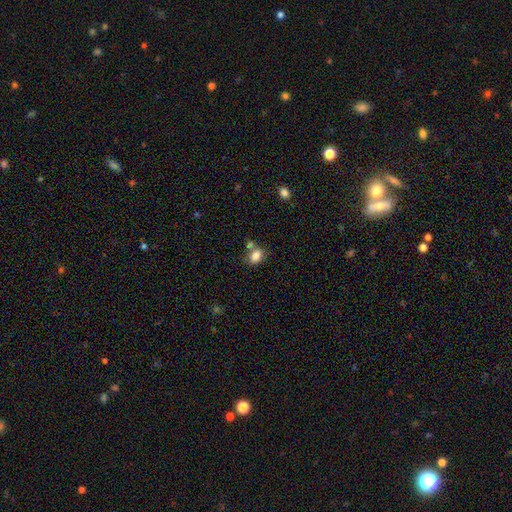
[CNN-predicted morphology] type=smooth (82%); roundness=in between (75%); merging=none (54%).